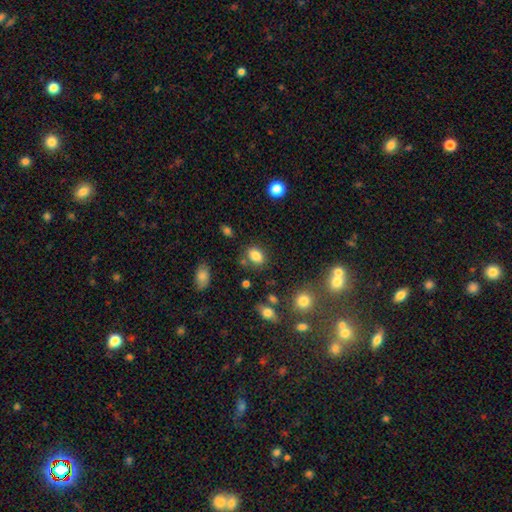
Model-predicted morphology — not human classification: smooth 83%, star or artifact 10%, featured or disk 7%. Down the decision tree: how rounded — in between (75%); merging — none (77%).